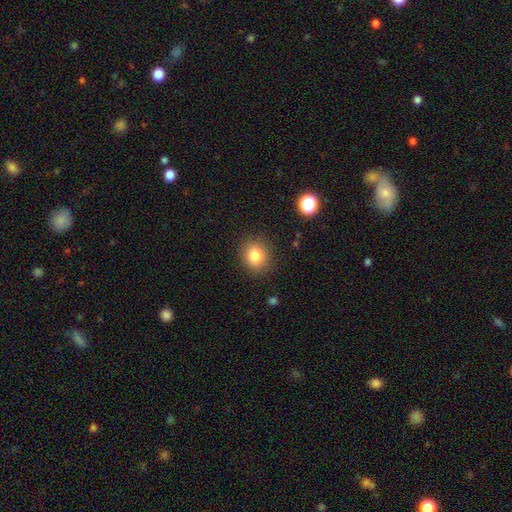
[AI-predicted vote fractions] Morphology: type=smooth (81%); roundness=round (65%); merging=none (87%).